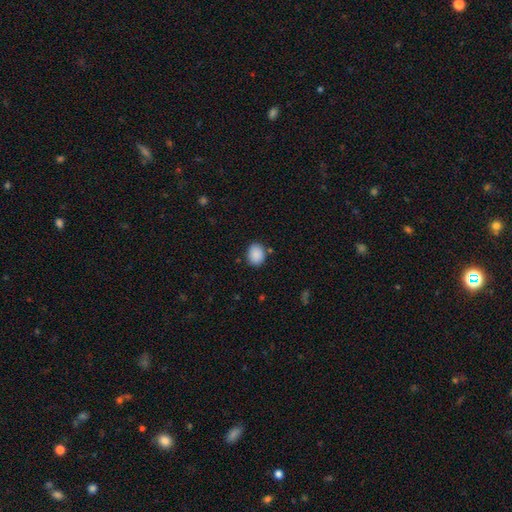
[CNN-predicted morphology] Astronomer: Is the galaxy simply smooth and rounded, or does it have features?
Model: smooth — 89%.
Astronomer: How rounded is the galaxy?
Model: in between — 51% (runner-up: round, 48%).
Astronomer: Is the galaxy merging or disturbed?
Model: none — 82%.